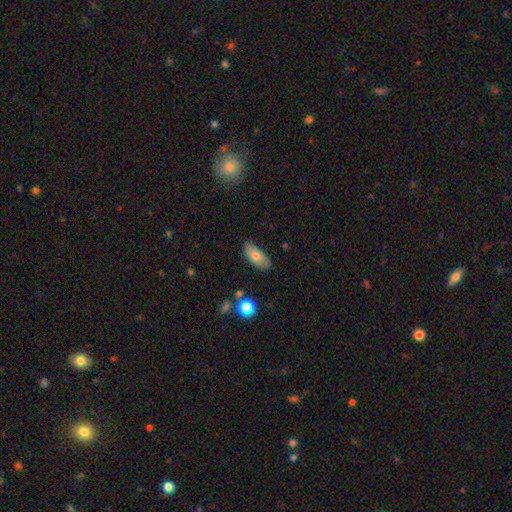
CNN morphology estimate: smooth-or-featured: smooth: 78% | featured or disk: 15% | star or artifact: 7%
  how-rounded: in between: 87% | cigar-shaped: 10% | round: 3%
  merging: none: 77% | minor disturbance: 18% | major disturbance: 3% | merger: 2%